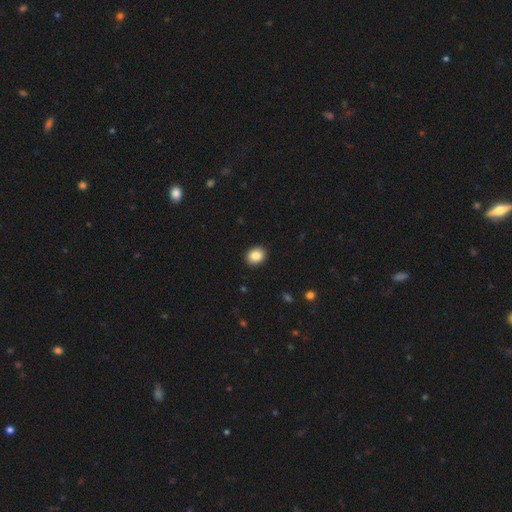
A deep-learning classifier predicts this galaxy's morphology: This is clearly a smooth galaxy (85%). How rounded: possibly round (53%). Merging: clearly none (92%).